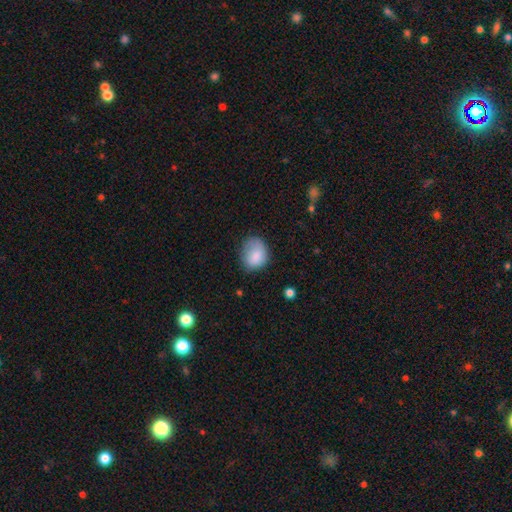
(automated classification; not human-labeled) Q: Smooth or featured?
A: smooth (83%); runner-up: featured or disk (9%)
Q: How rounded?
A: round (53%); runner-up: in between (46%)
Q: Merging?
A: none (58%); runner-up: minor disturbance (29%)